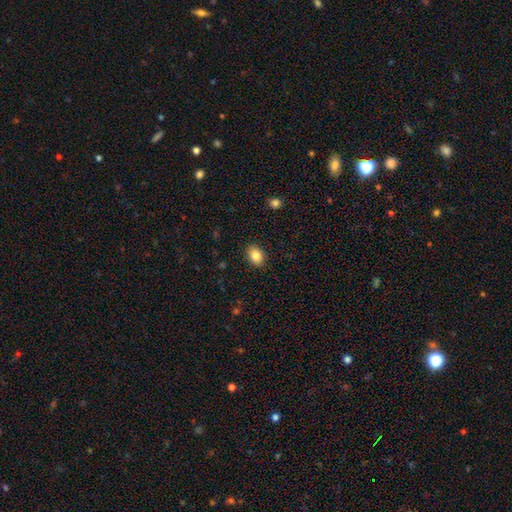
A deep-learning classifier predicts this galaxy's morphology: Smooth or featured: smooth — 87% (star or artifact — 8%)
How rounded: in between — 74% (round — 25%)
Merging: none — 88% (minor disturbance — 9%)